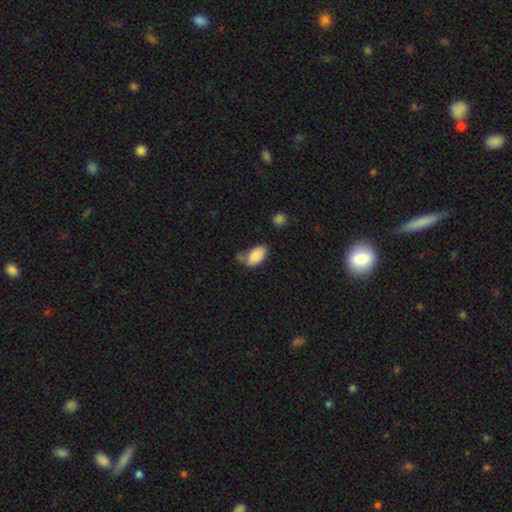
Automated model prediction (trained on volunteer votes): Smooth or featured?
  - smooth: 87% *
  - star or artifact: 7%
  - featured or disk: 6%
How rounded?
  - in between: 95% *
  - round: 3%
  - cigar-shaped: 2%
Merging?
  - none: 56% *
  - minor disturbance: 24%
  - merger: 13%
  - major disturbance: 7%